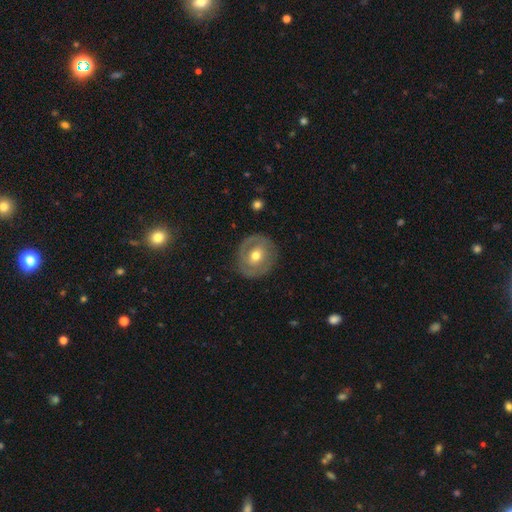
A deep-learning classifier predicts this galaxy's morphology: featured or disk 58%, smooth 36%, star or artifact 6%. Down the decision tree: edge-on disk — no (96%); bar — no (52%); spiral arms — yes (54%); bulge size — moderate (76%); merging — none (79%).